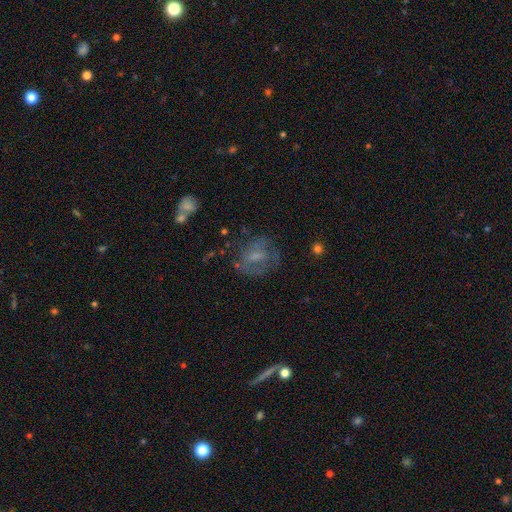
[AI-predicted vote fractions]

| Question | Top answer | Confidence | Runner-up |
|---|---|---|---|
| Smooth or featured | featured or disk | 46% | smooth (43%) |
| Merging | none | 58% | minor disturbance (21%) |